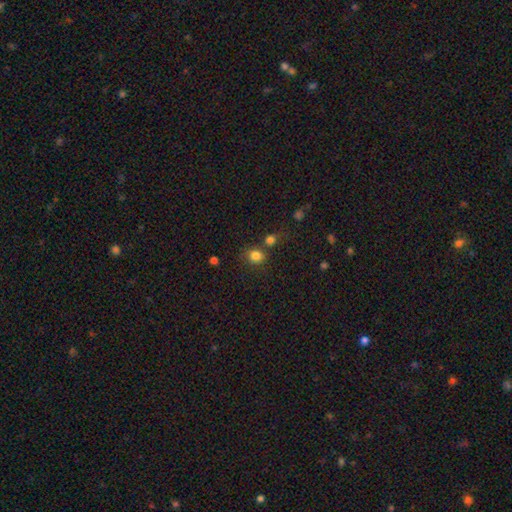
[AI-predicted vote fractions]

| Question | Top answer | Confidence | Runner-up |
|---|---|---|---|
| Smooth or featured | smooth | 82% | star or artifact (13%) |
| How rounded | round | 76% | in between (23%) |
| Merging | none | 65% | merger (19%) |